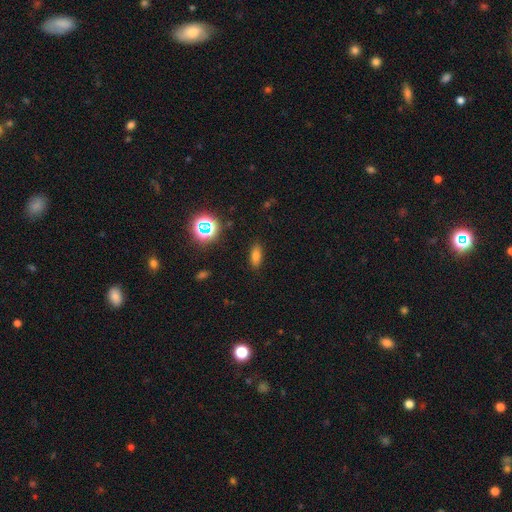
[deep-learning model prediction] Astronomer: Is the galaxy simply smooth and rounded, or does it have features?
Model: smooth — 74%.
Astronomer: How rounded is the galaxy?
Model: in between — 78%.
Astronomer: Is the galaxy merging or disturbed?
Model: none — 86%.